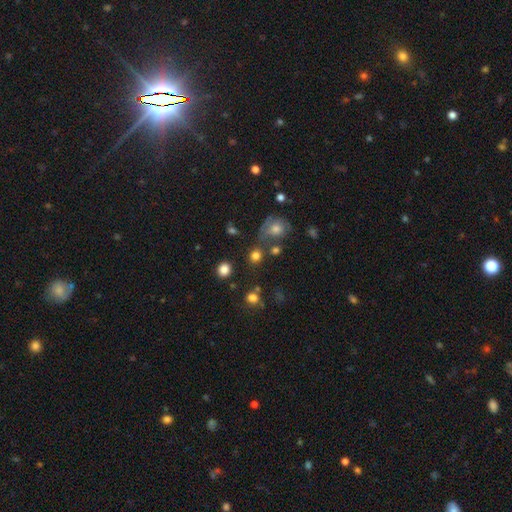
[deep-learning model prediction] Smooth or featured? Predicted: smooth (p=0.79). How rounded? Predicted: round (p=0.85). Merging? Predicted: none (p=0.72).